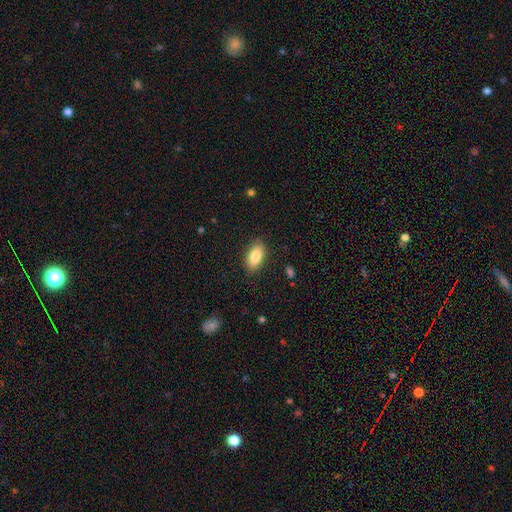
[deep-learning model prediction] This is clearly a smooth galaxy (85%). How rounded: clearly in between (89%). Merging: clearly none (87%).